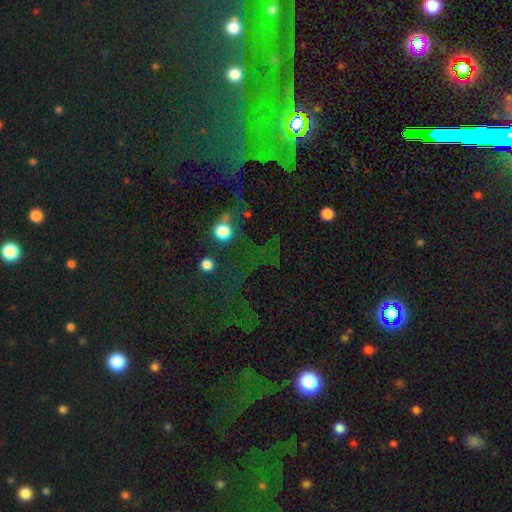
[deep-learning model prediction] A star or artifact, not a galaxy (74%).

Vote fractions:
- Smooth or featured? star or artifact: 74% / smooth: 15% / featured or disk: 11%